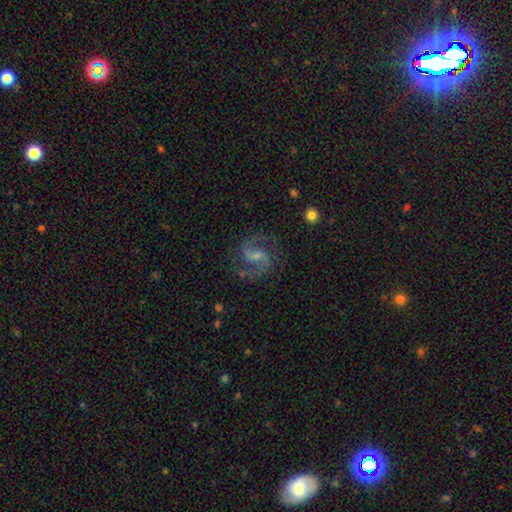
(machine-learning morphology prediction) This appears to be a featured or disk galaxy (91%) with a weak bar (53%), 2 (94%) medium (64%) spiral arms (98%) and a small central bulge (48%). Merging: none (80%).